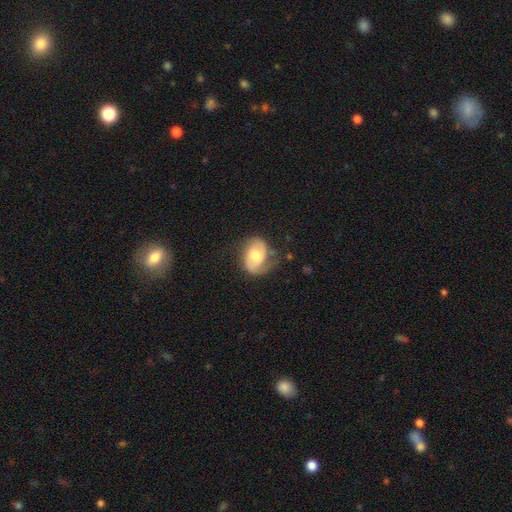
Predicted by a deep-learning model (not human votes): A featured or disk galaxy (67%) with no bar (54%), 2 (74%) medium (43%) spiral arms (87%) and a moderate central bulge (64%).

Vote fractions:
- Smooth or featured? featured or disk: 67% / smooth: 26% / star or artifact: 6%
- Edge-on disk? no: 97% / yes: 3%
- Bar? no: 54% / weak: 36% / strong: 10%
- Spiral arms? yes: 87% / no: 13%
- Spiral winding? medium: 43% / tight: 36% / loose: 21%
- Spiral arm count? 2: 74% / 1: 12% / can't tell: 10% / 3: 2% / 4: 1% / more than 4: 1%
- Bulge size? moderate: 64% / large: 20% / small: 13% / none: 2% / dominant: 2%
- Merging? none: 56% / minor disturbance: 27% / major disturbance: 15% / merger: 2%